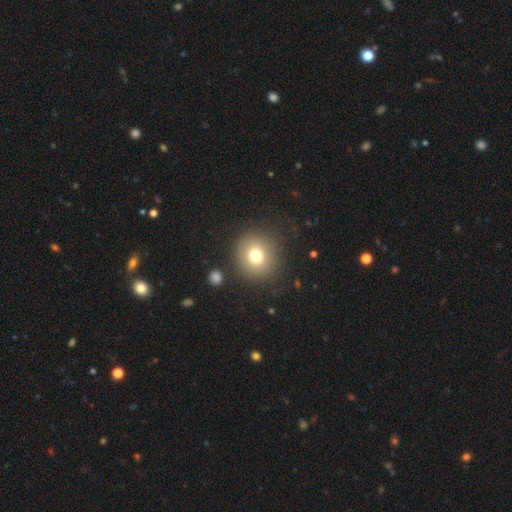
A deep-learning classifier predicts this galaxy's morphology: Smooth or featured: smooth — 74% (star or artifact — 13%)
How rounded: round — 91% (in between — 8%)
Merging: none — 83% (minor disturbance — 9%)